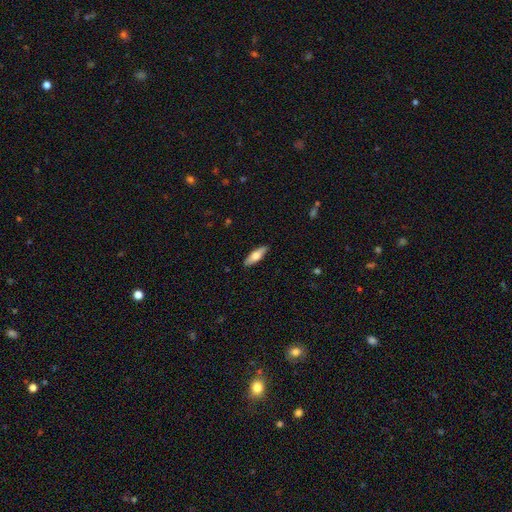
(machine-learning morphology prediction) This appears to be a smooth galaxy with no disk features (66%) that is cigar-shaped (50%). Merging: none (89%).